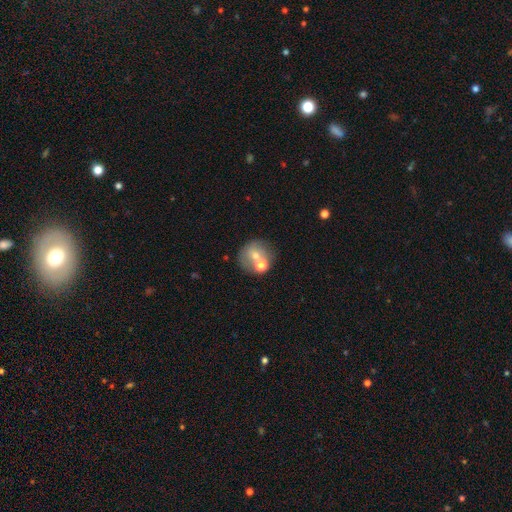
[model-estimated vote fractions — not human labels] Smooth or featured? Predicted: smooth (p=0.62). How rounded? Predicted: round (p=0.84). Merging? Predicted: none (p=0.54).